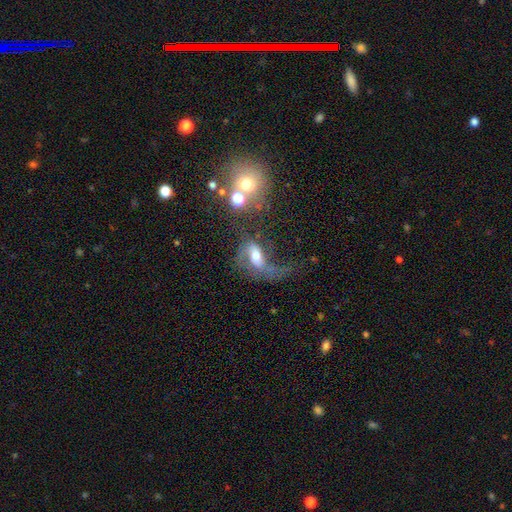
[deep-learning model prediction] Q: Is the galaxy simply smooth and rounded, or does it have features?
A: featured or disk — 53%.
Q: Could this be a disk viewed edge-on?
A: no — 91%.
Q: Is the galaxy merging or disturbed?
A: major disturbance — 47%.